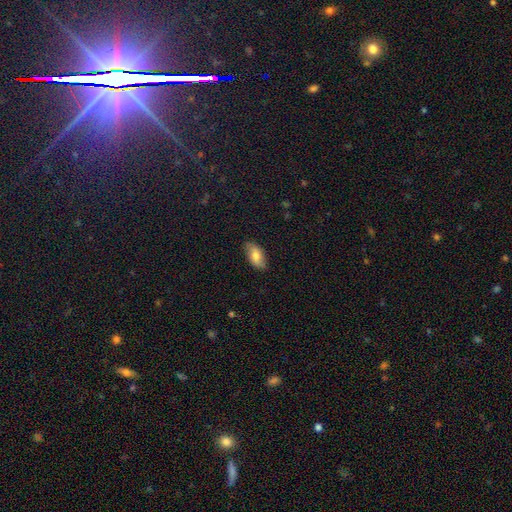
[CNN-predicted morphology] Smooth or featured? Predicted: smooth (p=0.71). How rounded? Predicted: in between (p=0.92). Merging? Predicted: none (p=0.80).